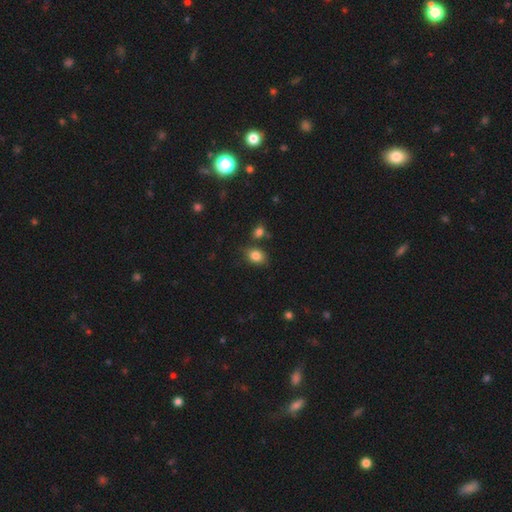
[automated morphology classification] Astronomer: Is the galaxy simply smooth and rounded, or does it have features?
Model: smooth — 84%.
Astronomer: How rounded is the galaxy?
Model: in between — 71%.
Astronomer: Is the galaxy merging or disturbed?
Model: none — 73%.